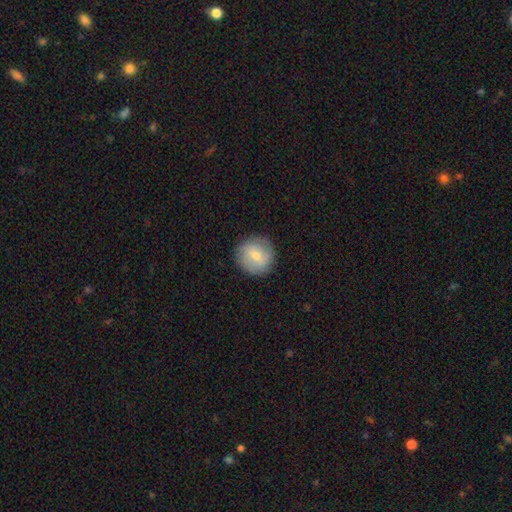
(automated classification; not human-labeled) This is likely a smooth galaxy (63%). How rounded: clearly round (93%). Merging: clearly none (87%).